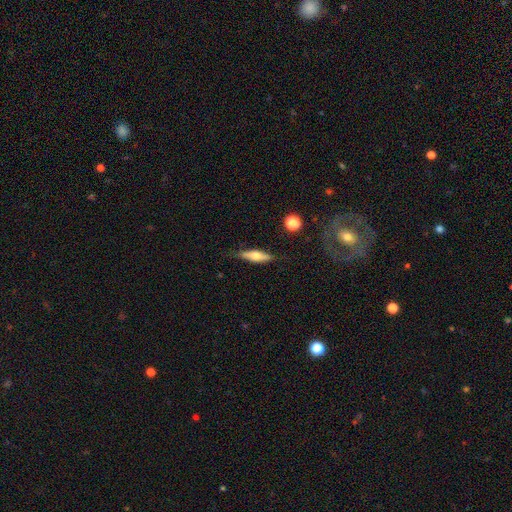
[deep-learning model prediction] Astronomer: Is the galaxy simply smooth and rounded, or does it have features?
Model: smooth — 48% (runner-up: featured or disk, 46%).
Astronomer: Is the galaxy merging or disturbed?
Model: none — 76%.